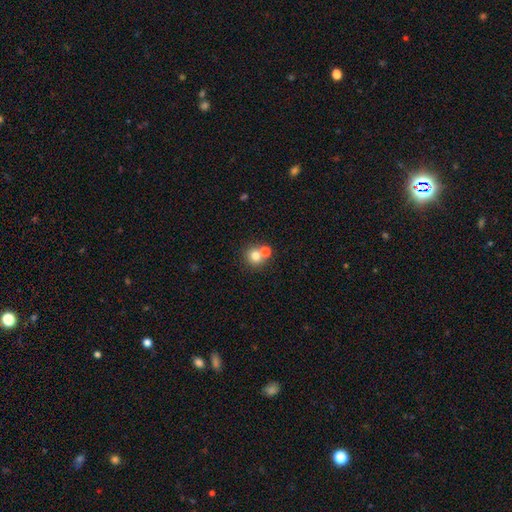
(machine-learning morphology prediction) A smooth galaxy with no disk features (76%) that is round (88%). Merging: none (55%).